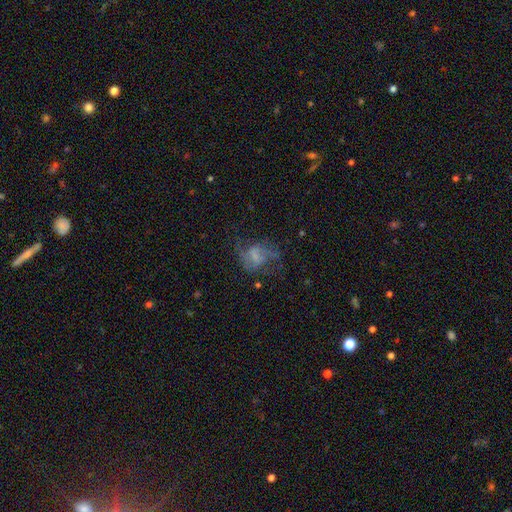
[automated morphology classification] type=featured or disk (55%); edge-on=no (97%); bar=no (52%); spiral arms=yes (64%); bulge=none (49%); merging=none (40%).